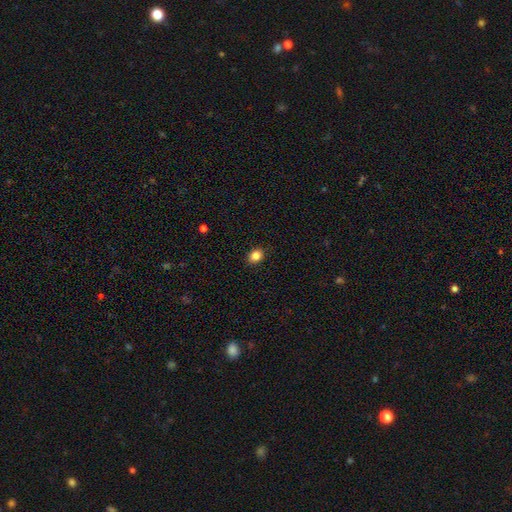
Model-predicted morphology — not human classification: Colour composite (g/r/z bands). It shows a smooth galaxy with no disk features (85%) that is round (50%). Merging: none (90%).